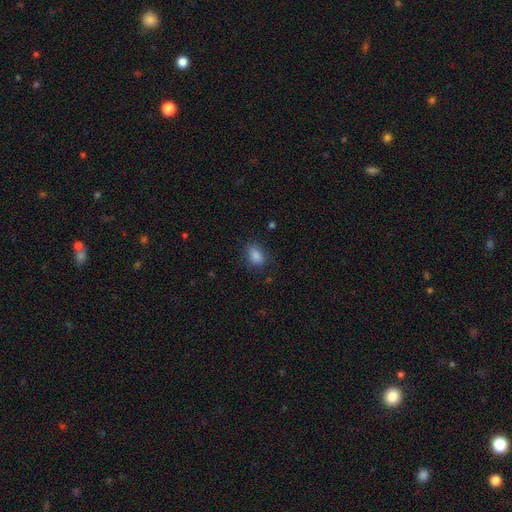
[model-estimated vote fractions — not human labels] smooth_or_featured: smooth (p=0.84) [alt: star or artifact p=0.10]
how_rounded: in between (p=0.79) [alt: round p=0.19]
merging: none (p=0.76) [alt: minor disturbance p=0.17]